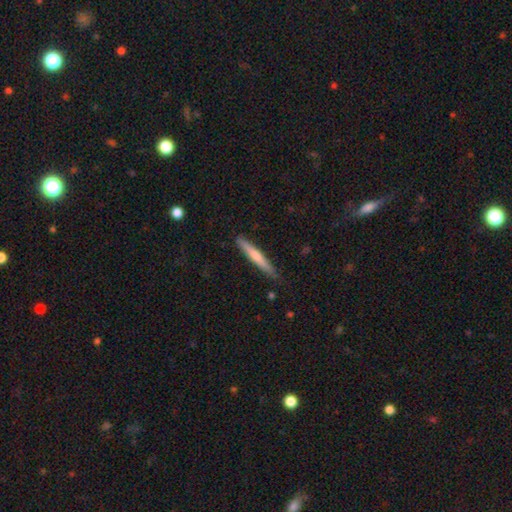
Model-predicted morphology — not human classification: Smooth or featured?
  - smooth: 57% *
  - featured or disk: 38%
  - star or artifact: 5%
How rounded?
  - cigar-shaped: 95% *
  - in between: 3%
  - round: 1%
Merging?
  - none: 85% *
  - minor disturbance: 11%
  - major disturbance: 2%
  - merger: 1%